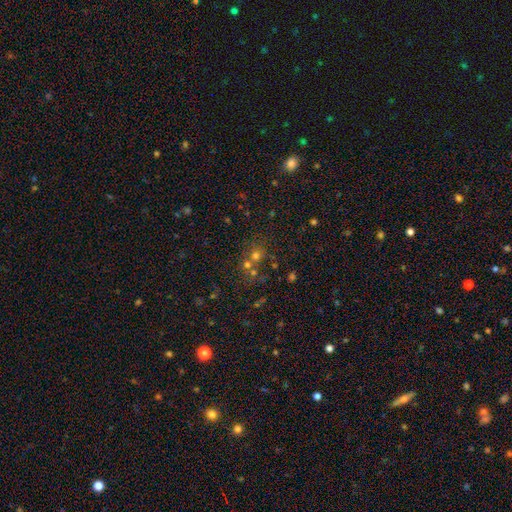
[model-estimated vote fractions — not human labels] The model was most divided on "smooth or featured": smooth: 53%, star or artifact: 35%, featured or disk: 12%. More confident: how rounded — round (85%); merging — none (56%).